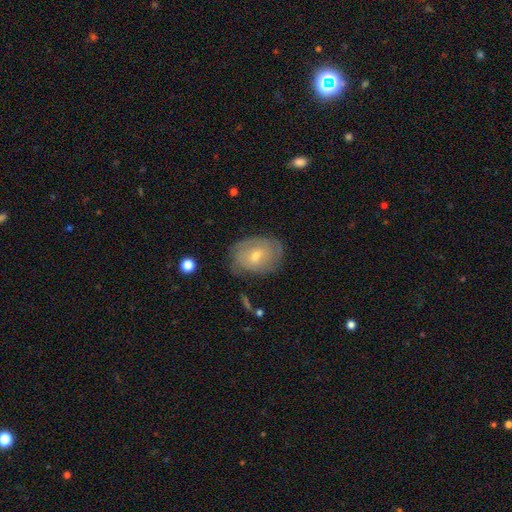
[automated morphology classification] Q: Smooth or featured?
A: featured or disk (56%); runner-up: smooth (36%)
Q: Edge-on disk?
A: no (95%); runner-up: yes (5%)
Q: Bar?
A: no (51%); runner-up: weak (41%)
Q: Spiral arms?
A: yes (72%); runner-up: no (28%)
Q: Bulge size?
A: moderate (51%); runner-up: small (45%)
Q: Merging?
A: none (70%); runner-up: minor disturbance (21%)